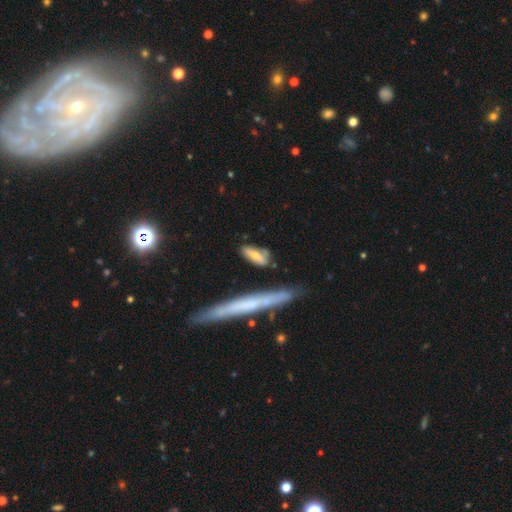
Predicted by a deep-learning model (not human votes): A smooth galaxy with no disk features (60%) that is in between round and cigar-shaped (55%). Merging: none (67%).